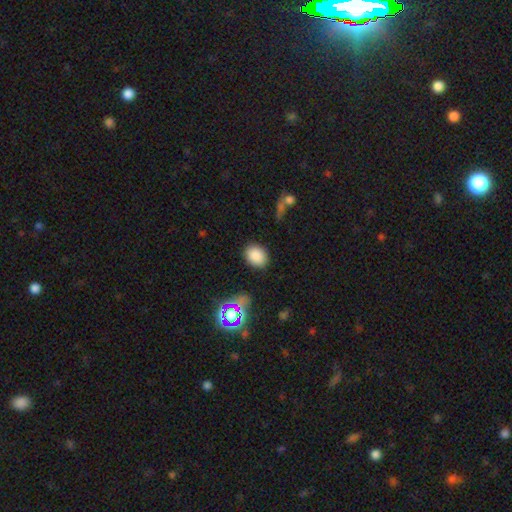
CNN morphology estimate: Smooth or featured? Predicted: smooth (p=0.84). How rounded? Predicted: in between (p=0.61). Merging? Predicted: none (p=0.85).